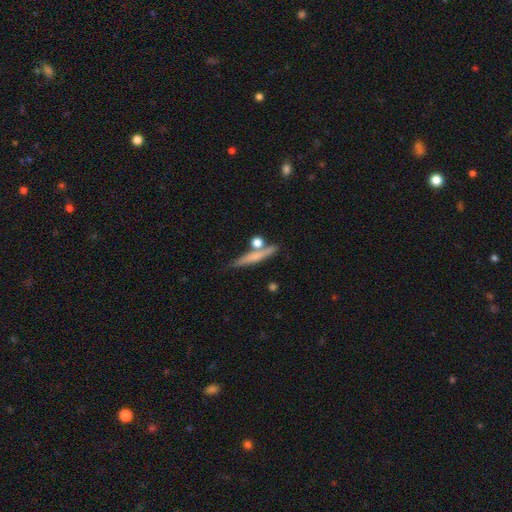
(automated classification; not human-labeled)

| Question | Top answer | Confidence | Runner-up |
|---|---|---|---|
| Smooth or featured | smooth | 57% | featured or disk (35%) |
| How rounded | cigar-shaped | 86% | in between (8%) |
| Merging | none | 73% | merger (13%) |